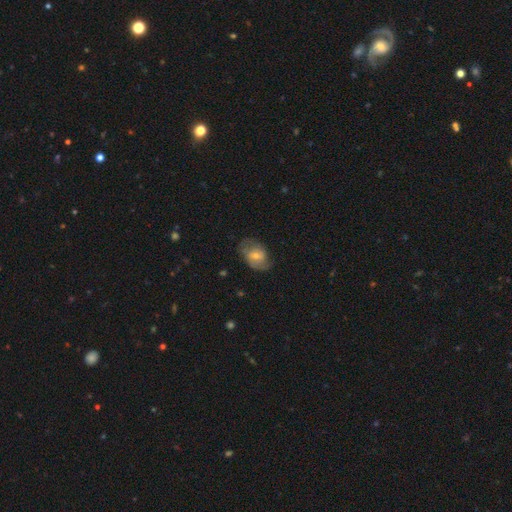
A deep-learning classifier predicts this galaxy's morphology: The model was most divided on "smooth or featured": featured or disk: 48%, smooth: 43%, star or artifact: 9%. More confident: merging — none (68%).